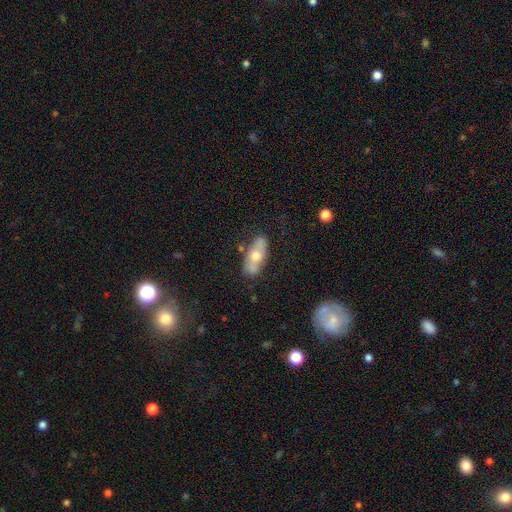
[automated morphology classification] smooth 51%, featured or disk 43%, star or artifact 6%. Down the decision tree: how rounded — in between (77%); merging — none (75%).